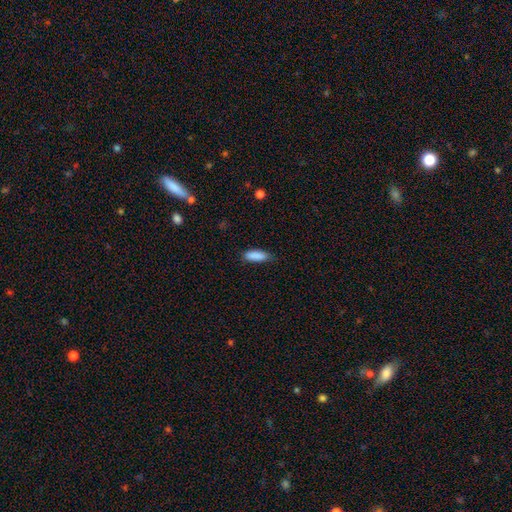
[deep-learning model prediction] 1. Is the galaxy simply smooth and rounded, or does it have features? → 89% smooth, 7% star or artifact, 5% featured or disk.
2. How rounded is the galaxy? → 57% in between, 41% cigar-shaped, 2% round.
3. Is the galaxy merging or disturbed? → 78% none, 17% minor disturbance, 3% major disturbance, 1% merger.